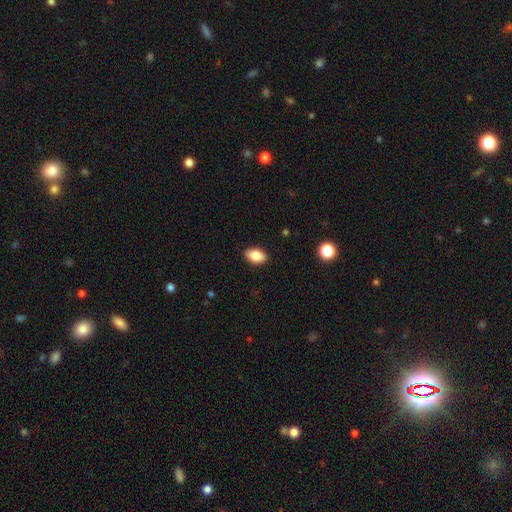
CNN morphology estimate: This is clearly a smooth galaxy (83%). How rounded: clearly in between (90%). Merging: clearly none (88%).